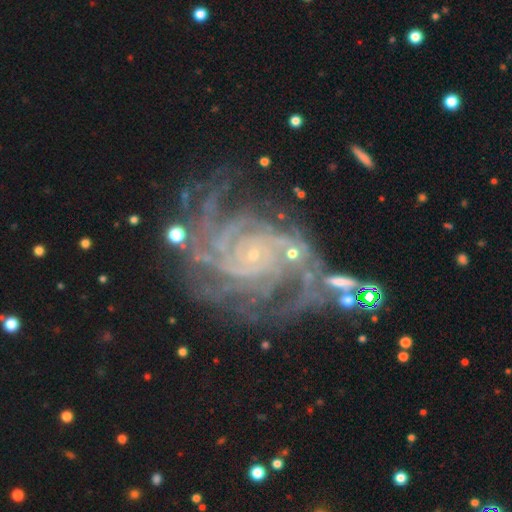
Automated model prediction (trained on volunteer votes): A featured or disk galaxy (89%) with no bar (70%), 4 (24%) tight (65%) spiral arms (98%) and a small central bulge (85%). Merging: none (67%).